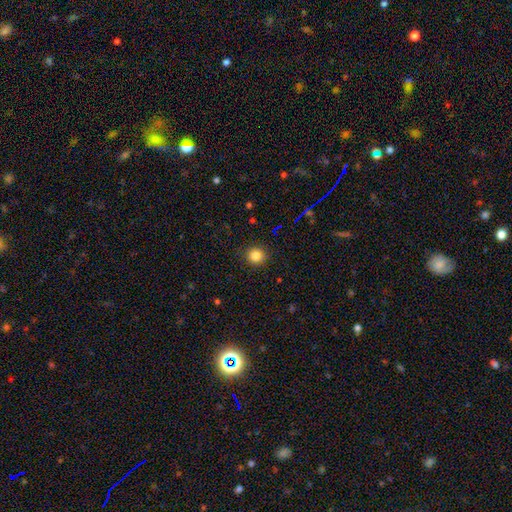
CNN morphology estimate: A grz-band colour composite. It shows a smooth galaxy with no disk features (84%) that is round (91%). Merging: none (91%).